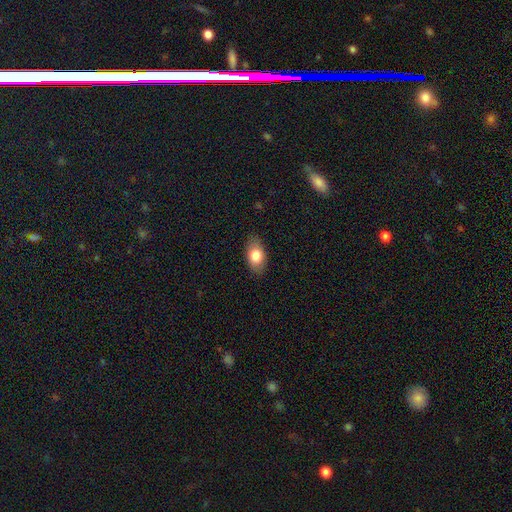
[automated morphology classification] A smooth galaxy with no disk features (81%) that is in between round and cigar-shaped (90%).

Vote fractions:
- Smooth or featured? smooth: 81% / featured or disk: 13% / star or artifact: 7%
- How rounded? in between: 90% / round: 8% / cigar-shaped: 2%
- Merging? none: 85% / minor disturbance: 11% / major disturbance: 3% / merger: 1%